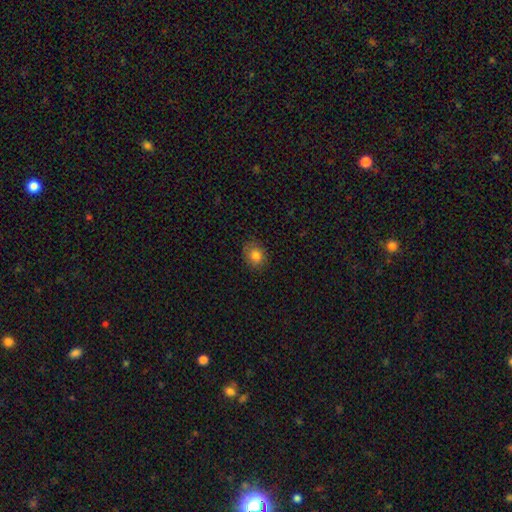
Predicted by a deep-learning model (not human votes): smooth 81%, star or artifact 10%, featured or disk 8%. Down the decision tree: how rounded — round (62%); merging — none (82%).